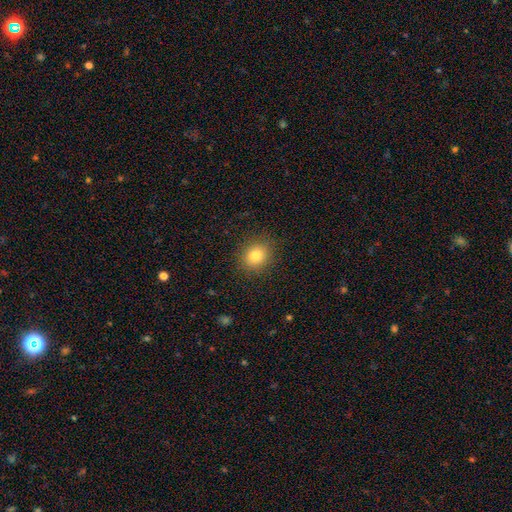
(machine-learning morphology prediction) The model was most divided on "how rounded": round: 70%, in between: 29%, cigar-shaped: 1%. More confident: merging — none (88%); smooth or featured — smooth (81%).